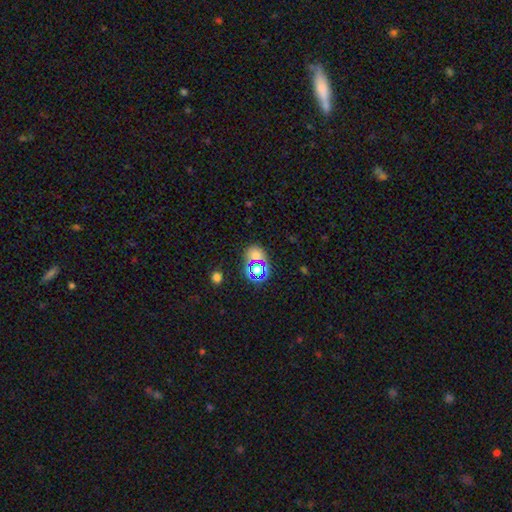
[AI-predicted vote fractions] Smooth or featured? smooth (47%)
Merging? none (68%)